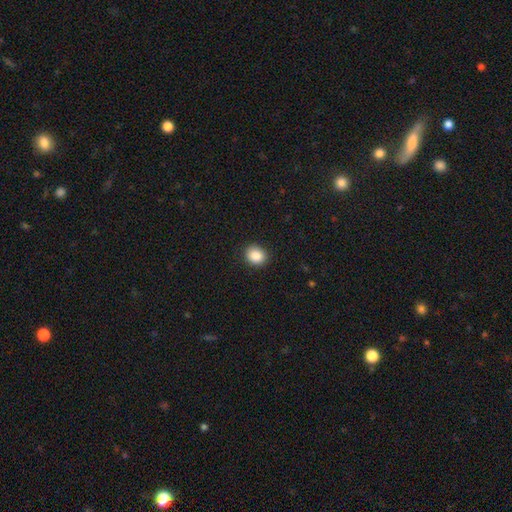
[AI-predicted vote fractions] The model was most divided on "how rounded": round: 73%, in between: 26%, cigar-shaped: 1%. More confident: merging — none (90%); smooth or featured — smooth (86%).